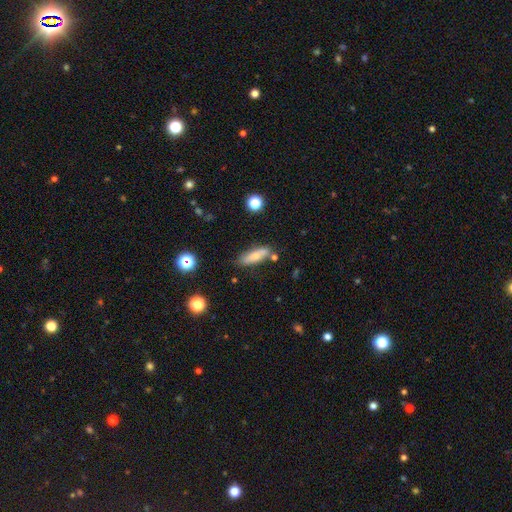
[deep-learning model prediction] Overall: smooth (69%). How rounded: cigar-shaped (50%; in between 47%). Merging: none (71%).